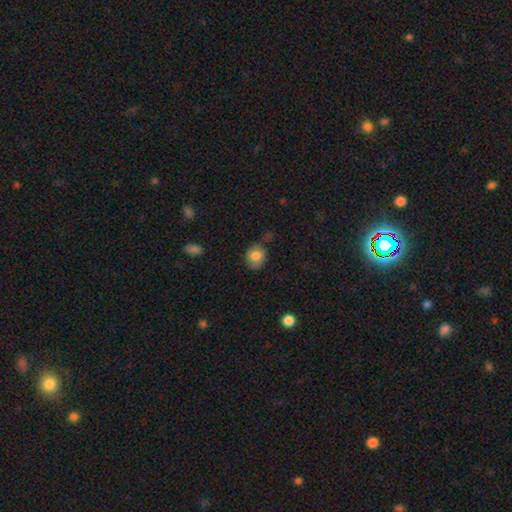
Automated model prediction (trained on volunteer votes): Smooth or featured? smooth (79%)
How rounded? round (69%)
Merging? none (70%)